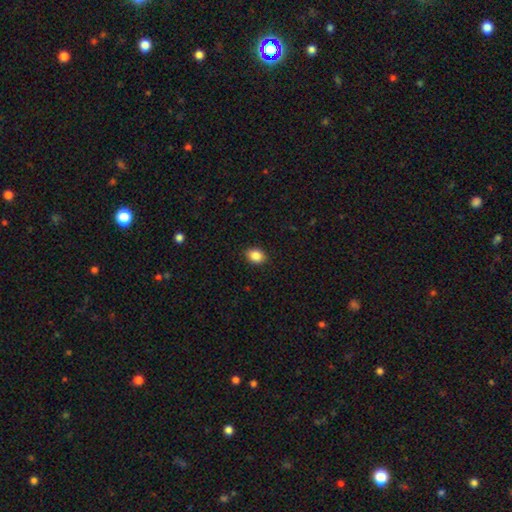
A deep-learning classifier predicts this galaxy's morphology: smooth-or-featured: smooth: 87% | star or artifact: 9% | featured or disk: 4%
  how-rounded: in between: 55% | round: 44% | cigar-shaped: 1%
  merging: none: 89% | minor disturbance: 8% | major disturbance: 2% | merger: 1%